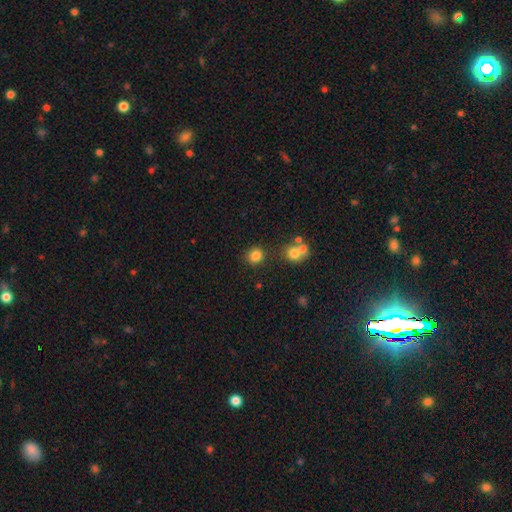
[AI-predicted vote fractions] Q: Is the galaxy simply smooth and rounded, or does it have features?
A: smooth — 82%.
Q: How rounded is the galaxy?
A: round — 82%.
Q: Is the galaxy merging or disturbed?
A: none — 79%.